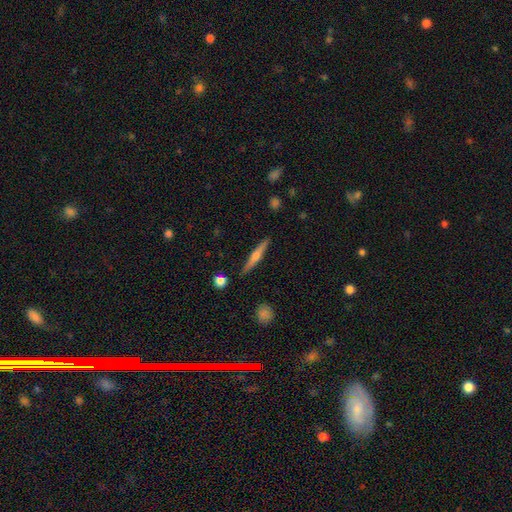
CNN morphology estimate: Overall: featured or disk (61%; smooth 33%). Edge-on disk: yes (97%). Edge-on bulge: rounded (86%). Merging: none (89%).